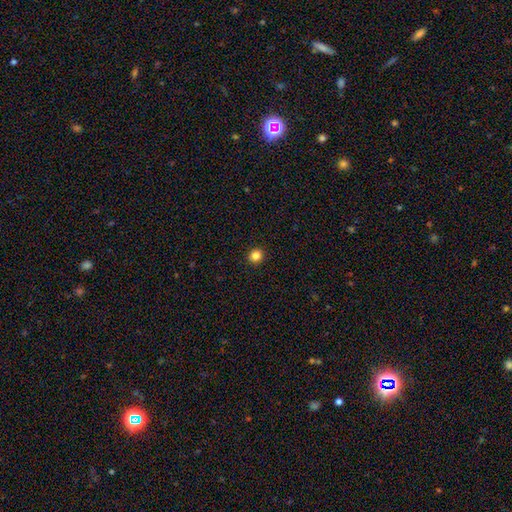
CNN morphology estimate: type=smooth (84%); roundness=round (87%); merging=none (93%).